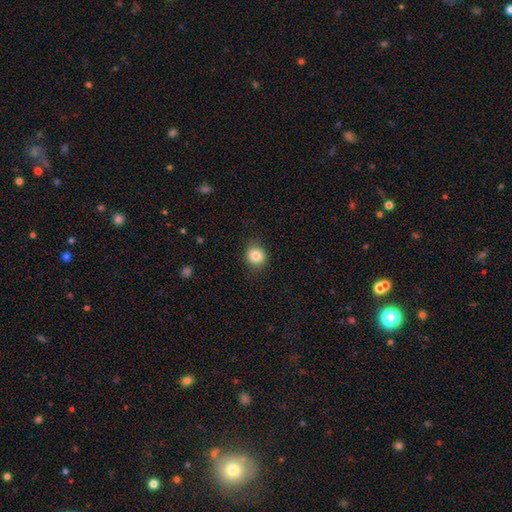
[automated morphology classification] This appears to be a smooth galaxy with no disk features (84%) that is round (77%). Merging: none (87%).